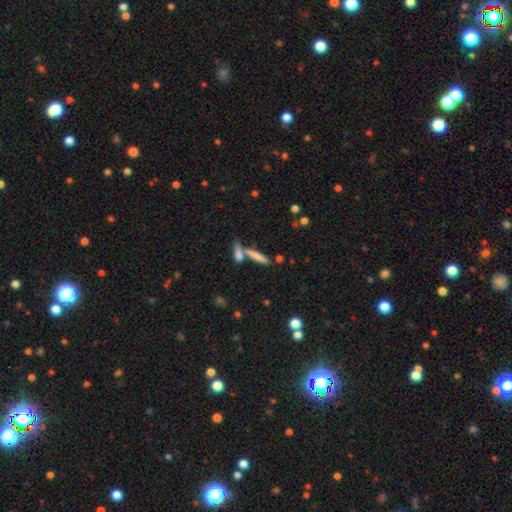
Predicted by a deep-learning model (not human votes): smooth_or_featured: smooth (p=0.73) [alt: featured or disk p=0.19]
how_rounded: cigar-shaped (p=0.83) [alt: in between p=0.14]
merging: none (p=0.56) [alt: merger p=0.32]